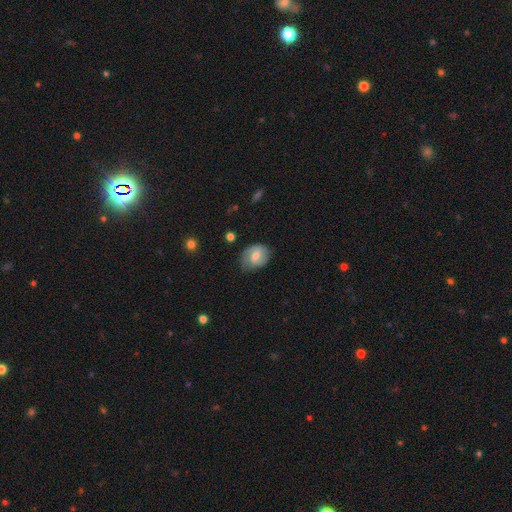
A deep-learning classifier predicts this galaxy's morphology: Smooth or featured? Predicted: featured or disk (p=0.46, tied with smooth). Merging? Predicted: none (p=0.62).